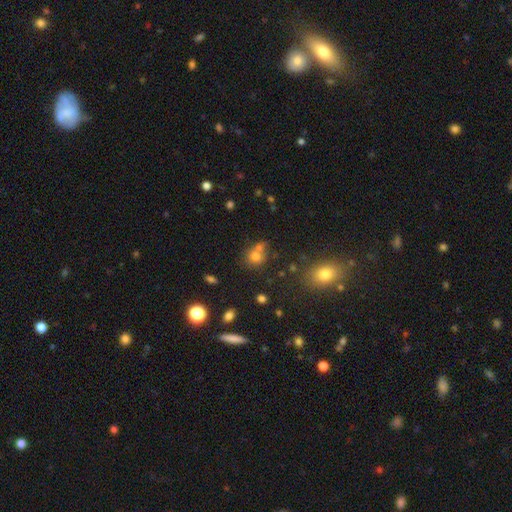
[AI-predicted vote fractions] This appears to be a smooth galaxy with no disk features (70%) that is round (78%). Merging: none (52%).